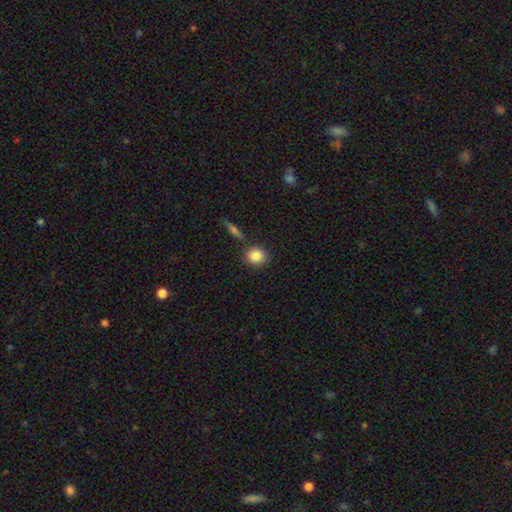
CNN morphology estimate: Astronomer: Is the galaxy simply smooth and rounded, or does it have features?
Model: smooth — 85%.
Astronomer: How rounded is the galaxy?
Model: round — 80%.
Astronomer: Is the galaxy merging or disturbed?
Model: none — 82%.